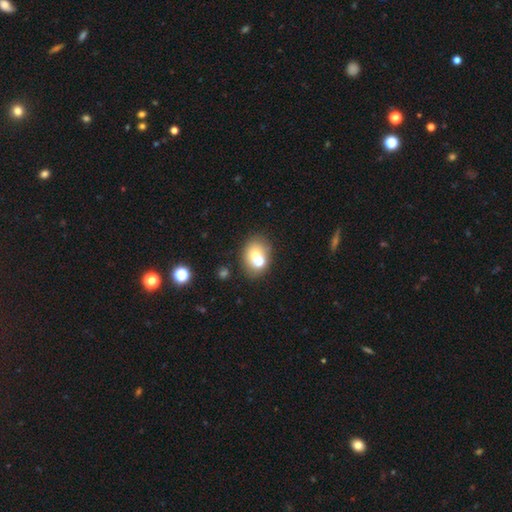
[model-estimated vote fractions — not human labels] Smooth or featured? Predicted: smooth (p=0.65). How rounded? Predicted: round (p=0.53). Merging? Predicted: none (p=0.48).